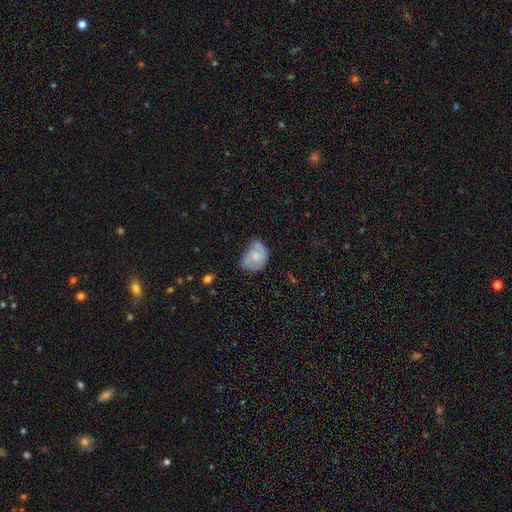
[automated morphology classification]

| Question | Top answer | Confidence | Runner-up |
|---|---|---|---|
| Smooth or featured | smooth | 54% | featured or disk (38%) |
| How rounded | in between | 64% | round (35%) |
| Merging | minor disturbance | 39% | none (37%) |